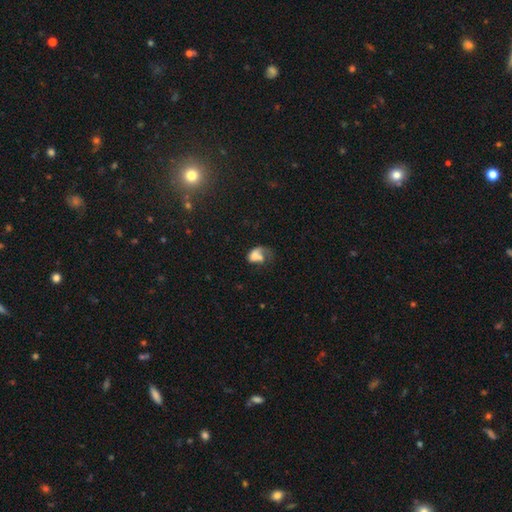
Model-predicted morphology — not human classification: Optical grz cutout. It shows a smooth galaxy with no disk features (50%). Merging: major disturbance (42%).